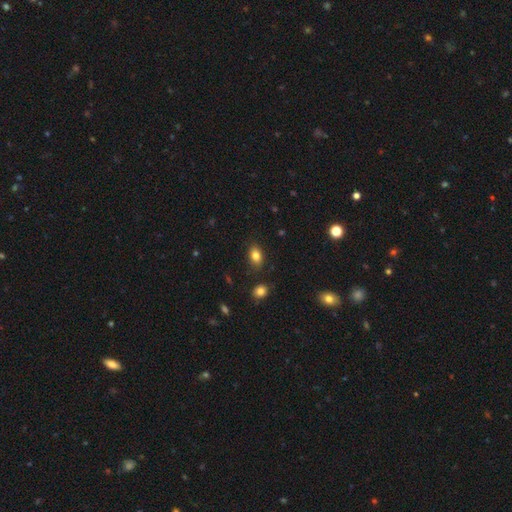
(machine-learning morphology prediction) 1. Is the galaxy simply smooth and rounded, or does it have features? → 83% smooth, 10% star or artifact, 8% featured or disk.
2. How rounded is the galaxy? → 81% in between, 18% round, 1% cigar-shaped.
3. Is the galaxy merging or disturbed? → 84% none, 11% minor disturbance, 3% major disturbance, 2% merger.